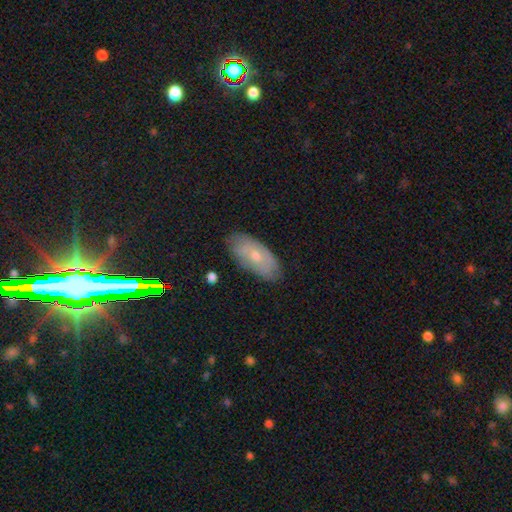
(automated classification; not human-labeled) smooth 53%, featured or disk 38%, star or artifact 8%. Down the decision tree: how rounded — in between (90%); merging — none (78%).